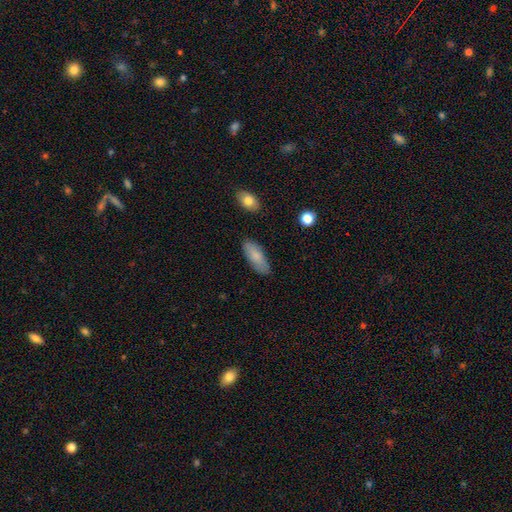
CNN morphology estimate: smooth 79%, featured or disk 14%, star or artifact 6%. Down the decision tree: how rounded — in between (81%); merging — none (82%).